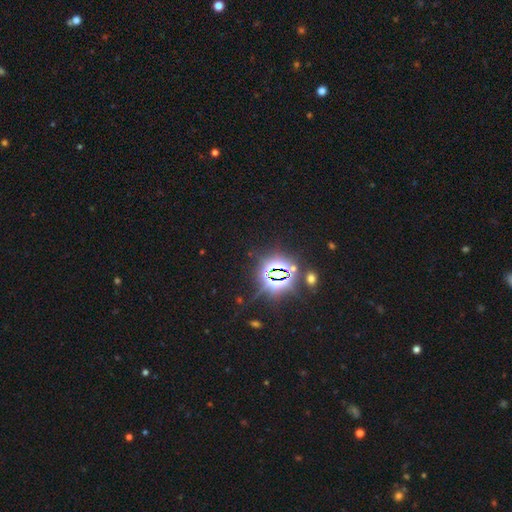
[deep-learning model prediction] A star or artifact, not a galaxy (85%).

Vote fractions:
- Smooth or featured? star or artifact: 85% / smooth: 8% / featured or disk: 6%